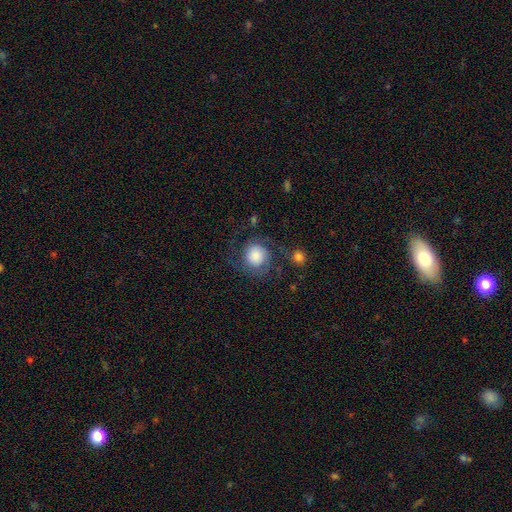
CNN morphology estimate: A smooth galaxy with no disk features (55%) that is round (85%).

Vote fractions:
- Smooth or featured? smooth: 55% / featured or disk: 36% / star or artifact: 9%
- How rounded? round: 85% / in between: 14% / cigar-shaped: 1%
- Merging? none: 63% / minor disturbance: 18% / major disturbance: 16% / merger: 3%